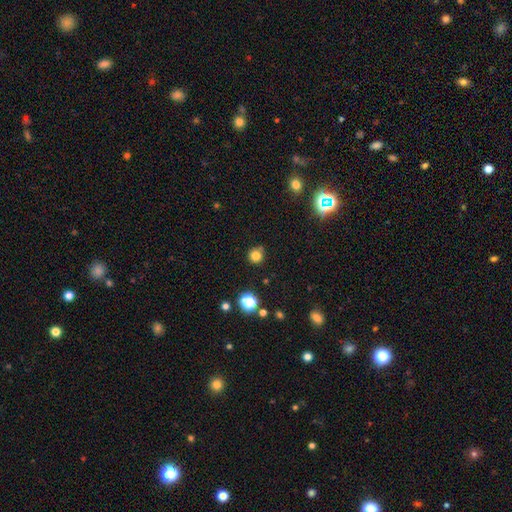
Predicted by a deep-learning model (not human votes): smooth_or_featured: smooth (p=0.80) [alt: star or artifact p=0.15]
how_rounded: round (p=0.93) [alt: in between p=0.06]
merging: none (p=0.78) [alt: minor disturbance p=0.13]